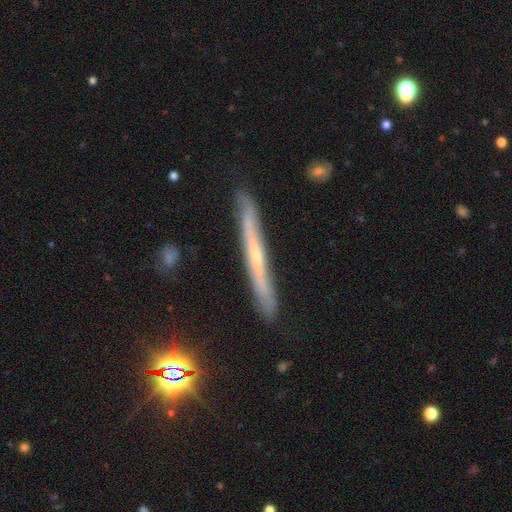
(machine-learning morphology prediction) This is likely a featured or disk galaxy (64%). It is clearly viewed edge-on (94%). Edge-on bulge: possibly none (54%). Merging: clearly none (86%).